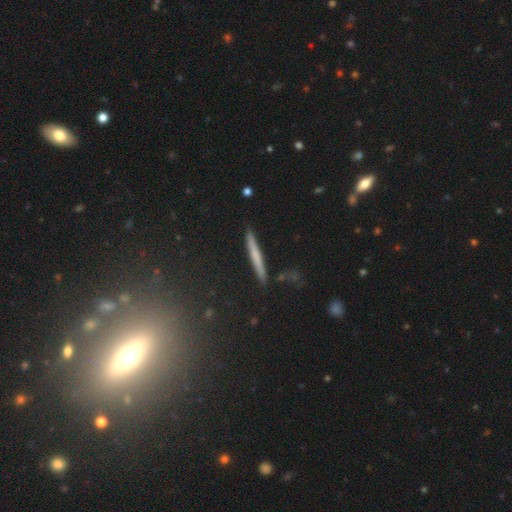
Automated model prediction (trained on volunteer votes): Overall: smooth (56%; featured or disk 37%). How rounded: cigar-shaped (96%). Merging: none (87%).